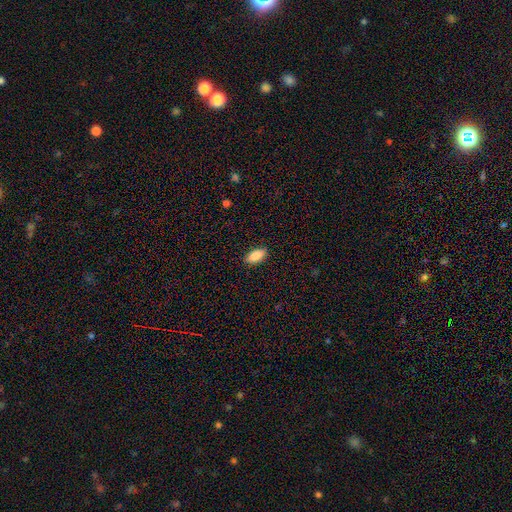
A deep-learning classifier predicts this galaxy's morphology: type=smooth (88%); roundness=in between (91%); merging=none (89%).